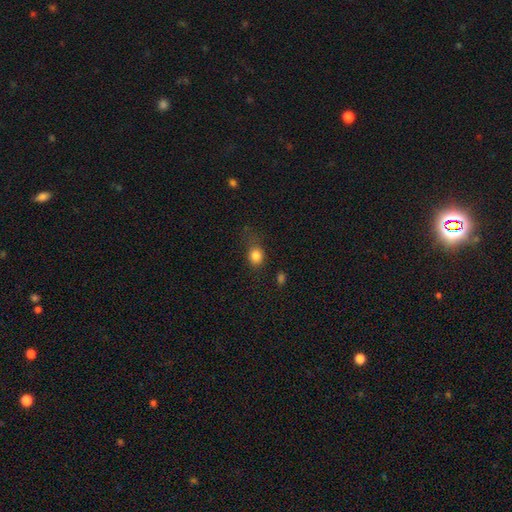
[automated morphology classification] type=smooth (82%); roundness=round (66%); merging=none (57%).